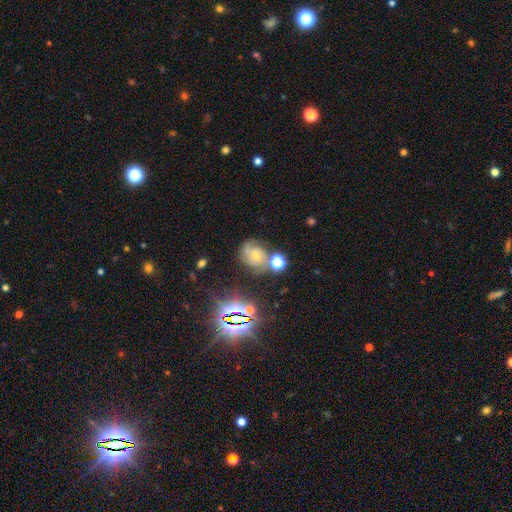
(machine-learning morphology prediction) smooth_or_featured: featured or disk (p=0.47) [alt: star or artifact p=0.36]
merging: none (p=0.62) [alt: minor disturbance p=0.18]